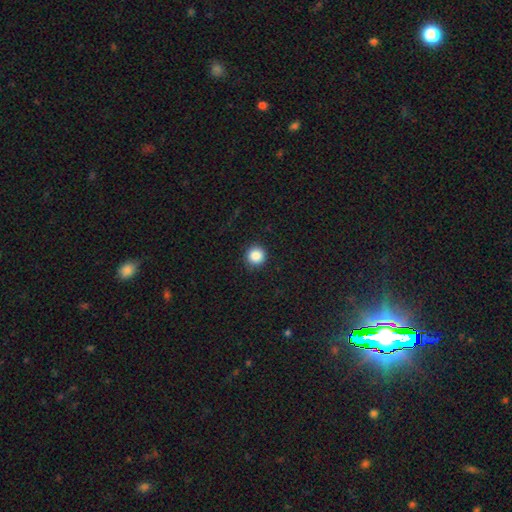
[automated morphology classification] smooth 87%, star or artifact 10%, featured or disk 3%. Down the decision tree: how rounded — round (95%); merging — none (92%).